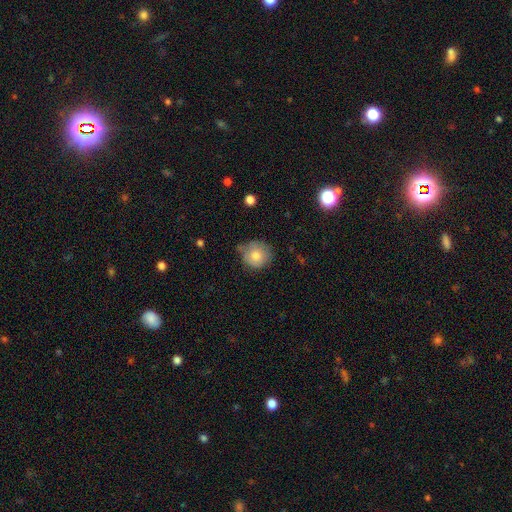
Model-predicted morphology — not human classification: Smooth or featured? smooth (80%)
How rounded? round (89%)
Merging? none (66%)